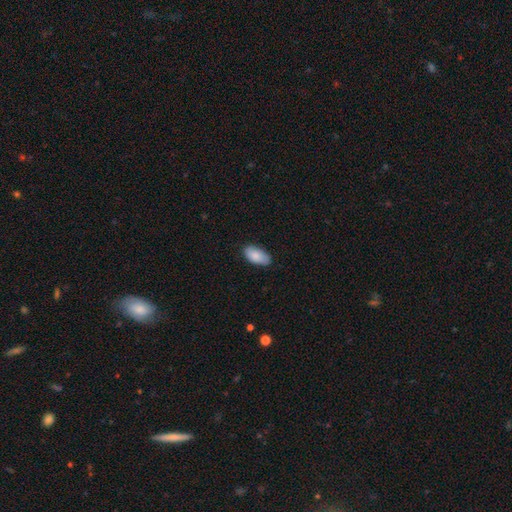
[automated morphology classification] Smooth or featured: smooth — 87% (featured or disk — 7%)
How rounded: in between — 95% (cigar-shaped — 3%)
Merging: none — 82% (minor disturbance — 15%)